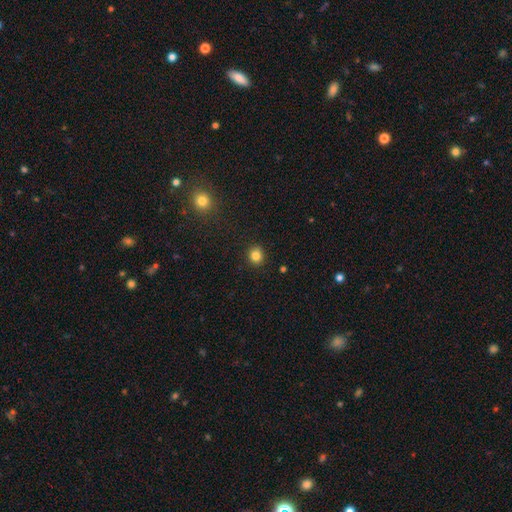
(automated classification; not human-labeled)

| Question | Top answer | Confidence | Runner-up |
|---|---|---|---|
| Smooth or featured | smooth | 83% | star or artifact (12%) |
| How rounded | round | 82% | in between (17%) |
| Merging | none | 91% | minor disturbance (6%) |